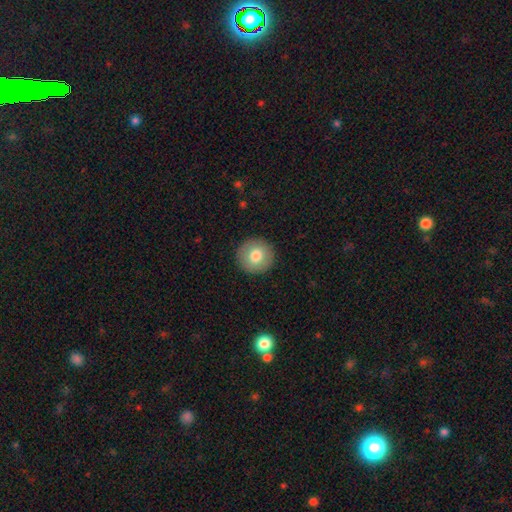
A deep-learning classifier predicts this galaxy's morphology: Overall: smooth (78%). How rounded: round (95%). Merging: none (92%).